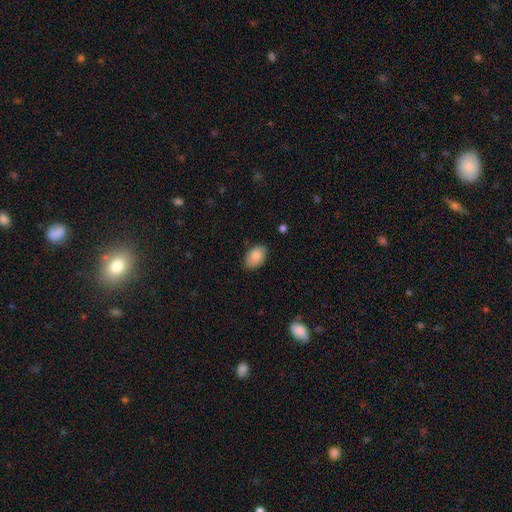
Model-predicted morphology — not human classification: Smooth or featured?
  - smooth: 85% *
  - featured or disk: 8%
  - star or artifact: 7%
How rounded?
  - in between: 88% *
  - round: 11%
  - cigar-shaped: 1%
Merging?
  - none: 81% *
  - minor disturbance: 15%
  - major disturbance: 3%
  - merger: 1%